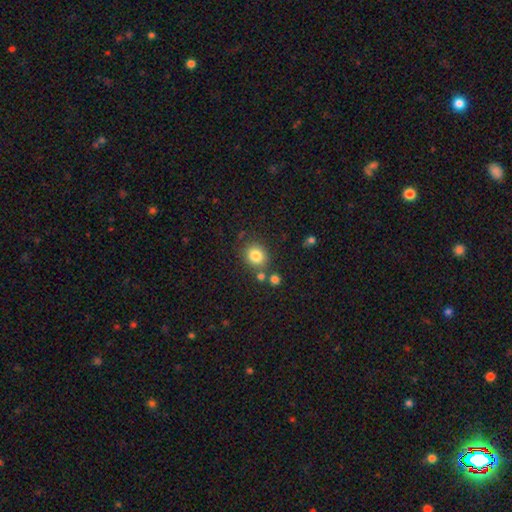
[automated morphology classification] smooth-or-featured: smooth: 82% | star or artifact: 11% | featured or disk: 7%
  how-rounded: round: 77% | in between: 22% | cigar-shaped: 1%
  merging: none: 77% | minor disturbance: 10% | merger: 9% | major disturbance: 3%